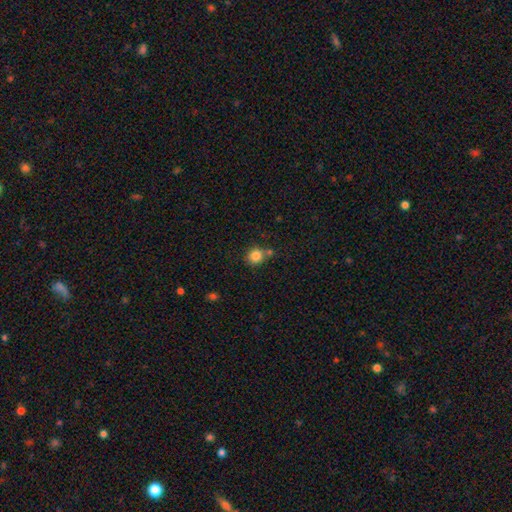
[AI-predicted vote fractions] This is clearly a smooth galaxy (84%). How rounded: clearly round (85%). Merging: likely none (67%).